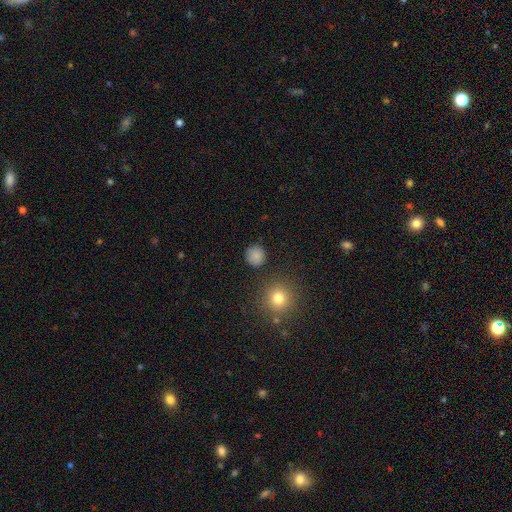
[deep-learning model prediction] This is clearly a smooth galaxy (83%). How rounded: clearly round (93%). Merging: clearly none (88%).